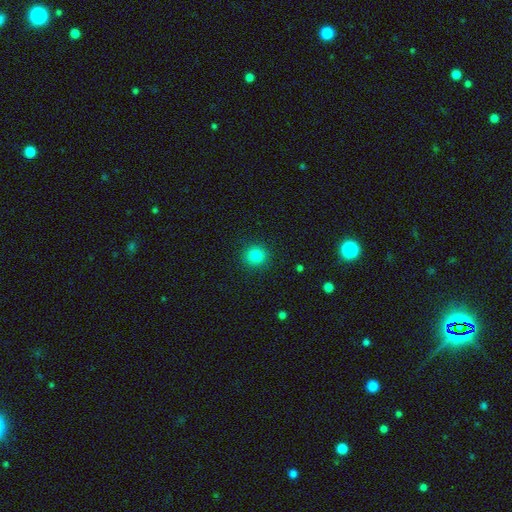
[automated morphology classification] Smooth or featured: smooth — 83% (star or artifact — 12%)
How rounded: round — 92% (in between — 7%)
Merging: none — 91% (minor disturbance — 6%)